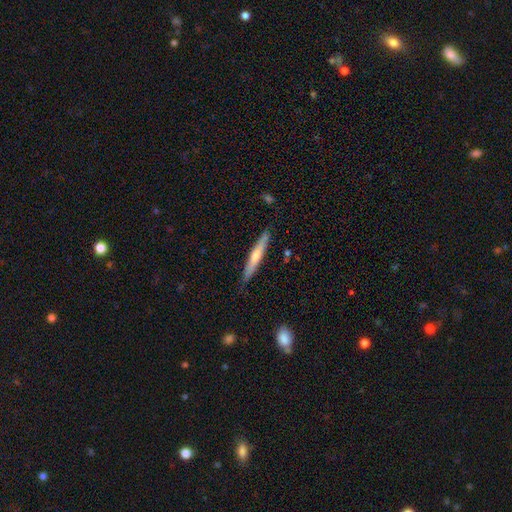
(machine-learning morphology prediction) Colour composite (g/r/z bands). It shows a smooth galaxy with no disk features (49%). Merging: none (86%).